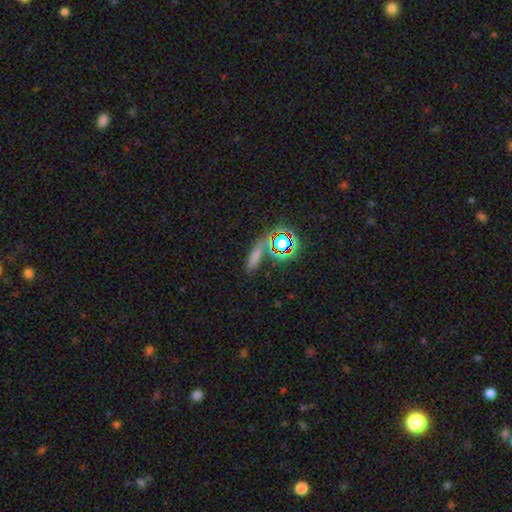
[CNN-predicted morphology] smooth 58%, star or artifact 30%, featured or disk 13%. Down the decision tree: how rounded — cigar-shaped (57%); merging — none (69%).